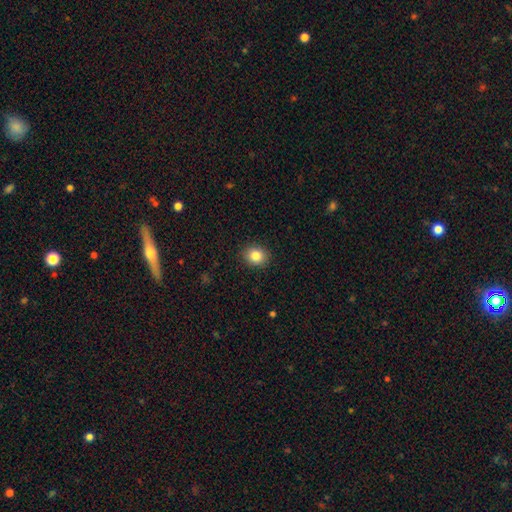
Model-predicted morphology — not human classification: A smooth galaxy with no disk features (84%) that is round (71%).

Vote fractions:
- Smooth or featured? smooth: 84% / star or artifact: 10% / featured or disk: 6%
- How rounded? round: 71% / in between: 28% / cigar-shaped: 1%
- Merging? none: 90% / minor disturbance: 7% / major disturbance: 2% / merger: 1%